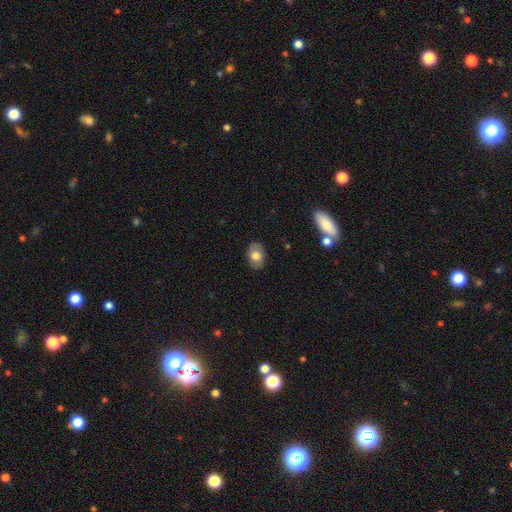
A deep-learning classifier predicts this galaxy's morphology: Smooth or featured? Predicted: smooth (p=0.75). How rounded? Predicted: in between (p=0.83). Merging? Predicted: none (p=0.86).